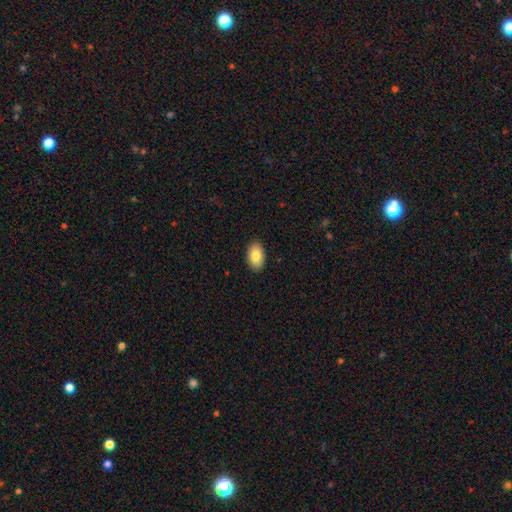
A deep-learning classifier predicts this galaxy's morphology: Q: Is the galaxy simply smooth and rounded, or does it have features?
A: smooth — 85%.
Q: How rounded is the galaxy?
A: in between — 93%.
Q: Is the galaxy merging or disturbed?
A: none — 90%.